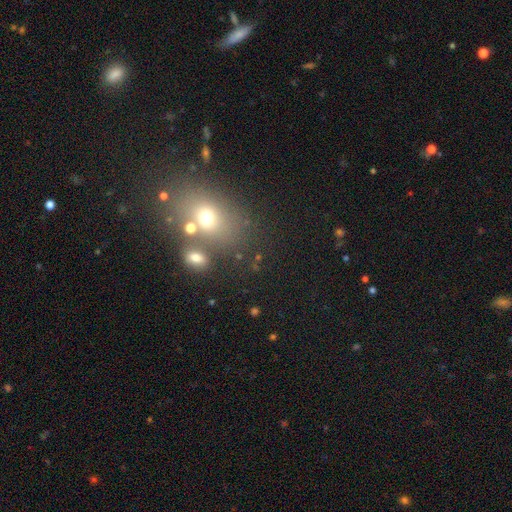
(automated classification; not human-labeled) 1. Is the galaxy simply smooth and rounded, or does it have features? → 54% smooth, 30% star or artifact, 16% featured or disk.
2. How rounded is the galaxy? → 55% in between, 43% round, 2% cigar-shaped.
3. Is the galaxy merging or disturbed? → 61% none, 22% merger, 11% minor disturbance, 6% major disturbance.